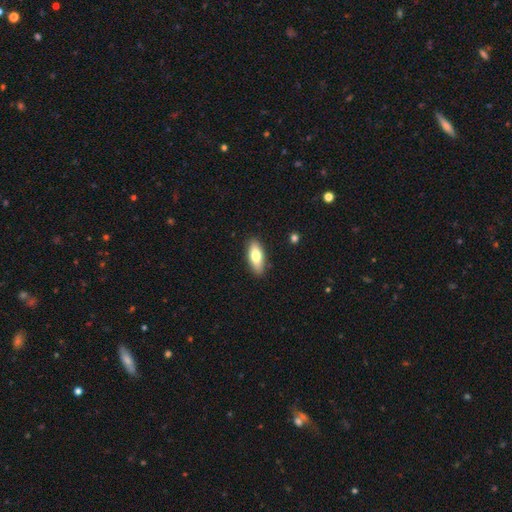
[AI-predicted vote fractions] Q: Smooth or featured?
A: smooth (72%); runner-up: featured or disk (22%)
Q: How rounded?
A: in between (74%); runner-up: cigar-shaped (23%)
Q: Merging?
A: none (88%); runner-up: minor disturbance (9%)